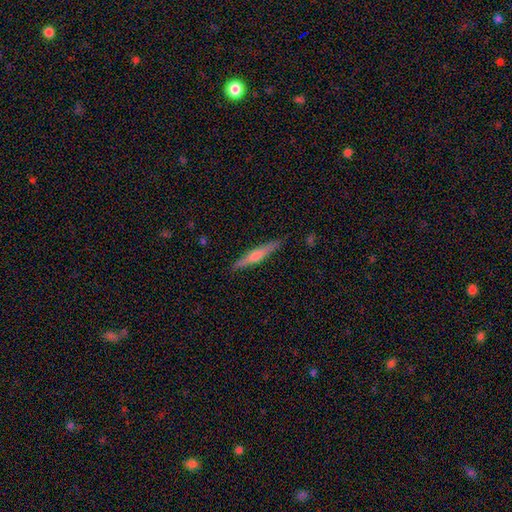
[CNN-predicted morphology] This is likely a featured or disk galaxy (63%). It is clearly viewed edge-on (97%). Edge-on bulge: likely rounded (79%). Merging: clearly none (90%).